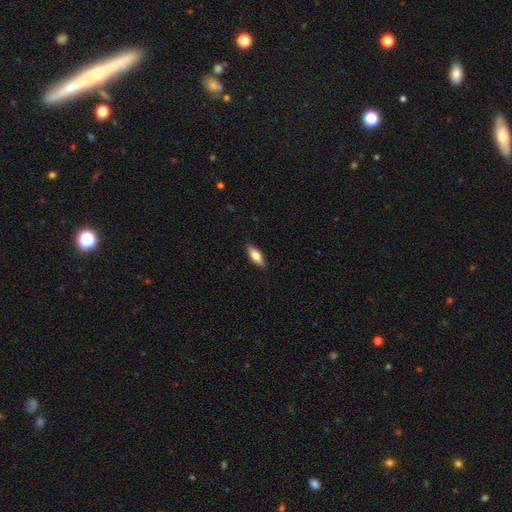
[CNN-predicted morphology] type=smooth (67%); roundness=in between (65%); merging=none (88%).